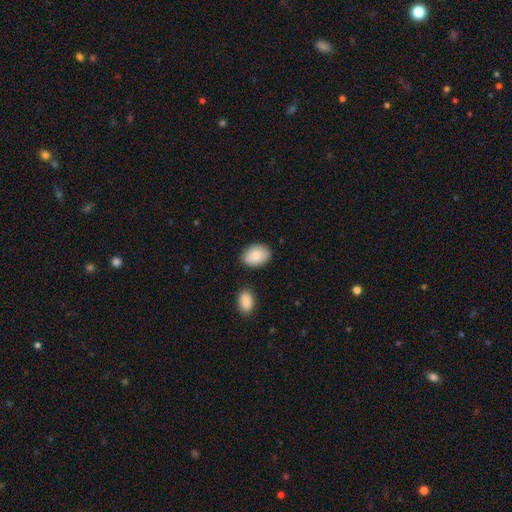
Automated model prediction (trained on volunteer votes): The model was most divided on "how rounded": in between: 83%, round: 16%, cigar-shaped: 1%. More confident: smooth or featured — smooth (86%); merging — none (81%).